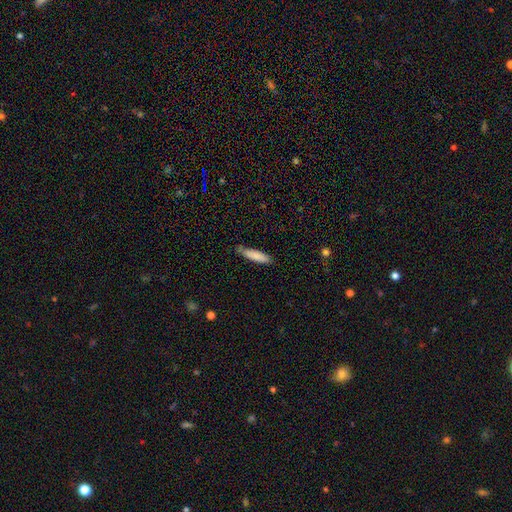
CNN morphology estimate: Smooth or featured: smooth — 83% (featured or disk — 11%)
How rounded: cigar-shaped — 77% (in between — 22%)
Merging: none — 75% (minor disturbance — 20%)